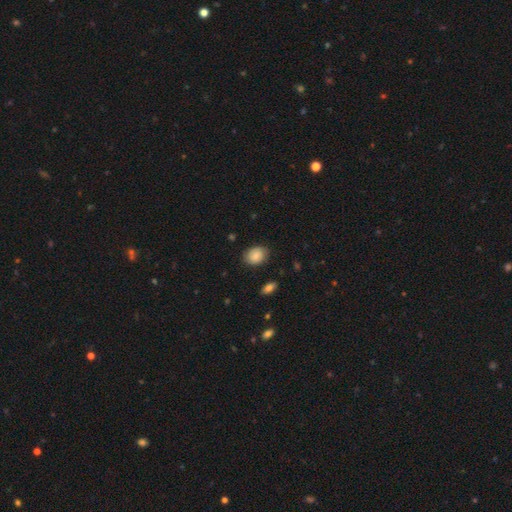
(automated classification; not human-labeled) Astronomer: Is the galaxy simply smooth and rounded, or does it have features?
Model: smooth — 82%.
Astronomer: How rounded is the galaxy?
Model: in between — 63%.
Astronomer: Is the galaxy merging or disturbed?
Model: none — 83%.